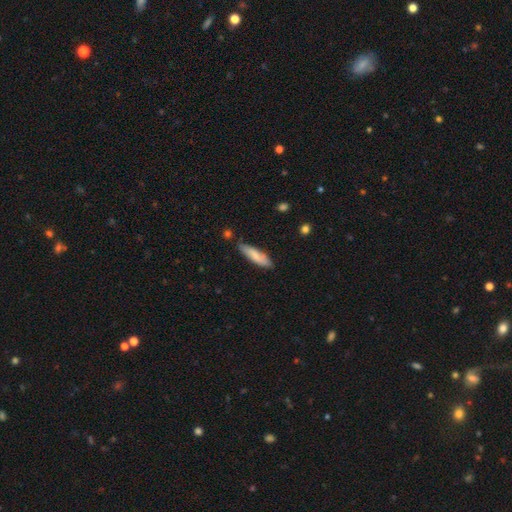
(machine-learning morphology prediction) type=smooth (79%); roundness=cigar-shaped (64%); merging=none (78%).